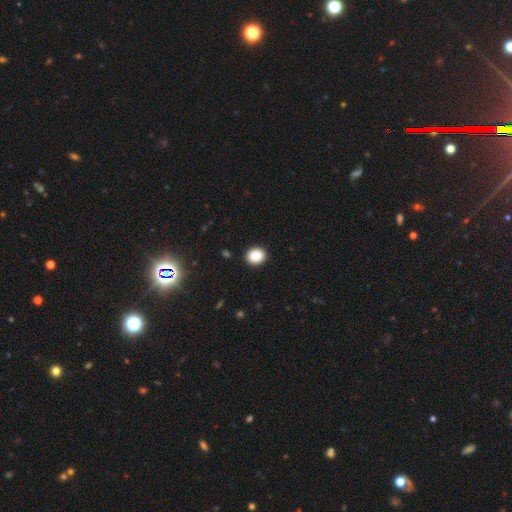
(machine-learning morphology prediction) Smooth or featured? smooth (87%)
How rounded? round (79%)
Merging? none (92%)